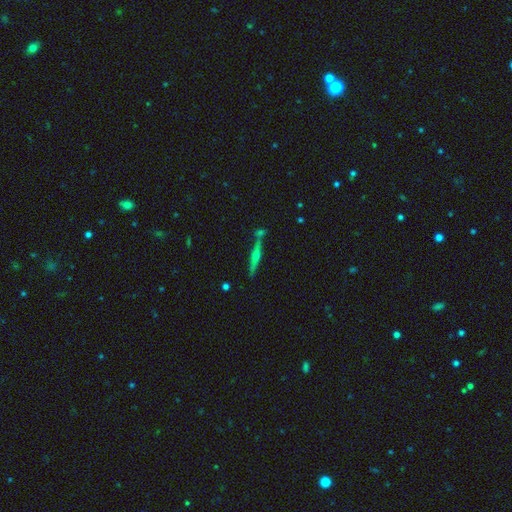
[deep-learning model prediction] Smooth or featured: featured or disk — 75% (smooth — 16%)
Edge-on disk: yes — 97% (no — 3%)
Edge-on bulge: rounded — 82% (none — 9%)
Merging: none — 80% (minor disturbance — 9%)